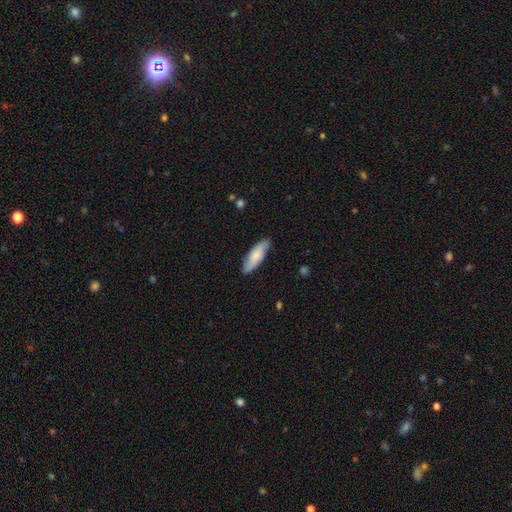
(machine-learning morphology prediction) The model was most divided on "how rounded": in between: 53%, cigar-shaped: 46%, round: 2%. More confident: merging — none (86%); smooth or featured — smooth (76%).